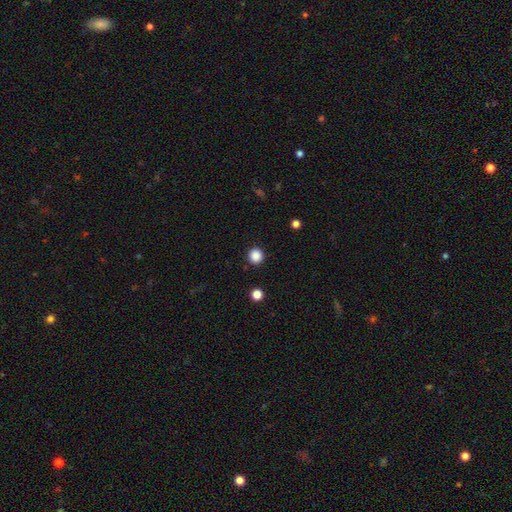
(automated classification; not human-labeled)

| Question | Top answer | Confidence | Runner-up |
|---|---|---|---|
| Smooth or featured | smooth | 87% | star or artifact (11%) |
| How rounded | round | 94% | in between (5%) |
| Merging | none | 92% | minor disturbance (5%) |